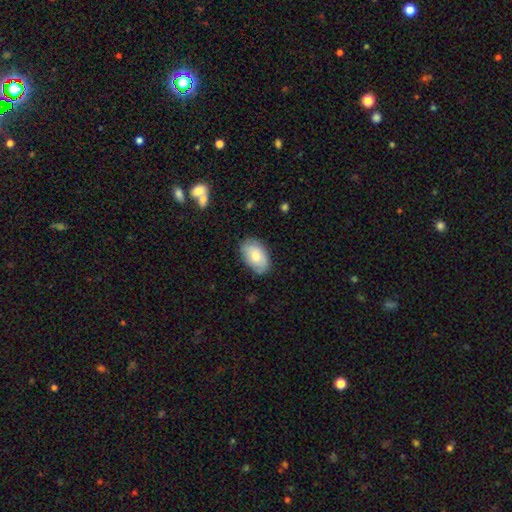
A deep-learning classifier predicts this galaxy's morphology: Smooth or featured? Predicted: smooth (p=0.75). How rounded? Predicted: in between (p=0.92). Merging? Predicted: none (p=0.79).